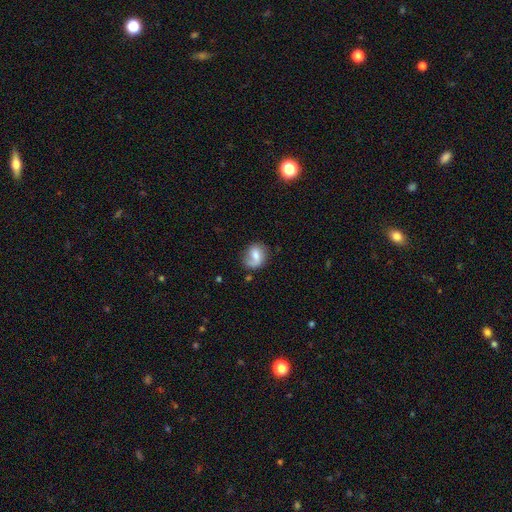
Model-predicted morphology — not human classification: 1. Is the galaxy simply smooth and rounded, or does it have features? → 47% smooth, 45% featured or disk, 8% star or artifact.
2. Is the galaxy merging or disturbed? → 57% none, 23% minor disturbance, 16% major disturbance, 4% merger.